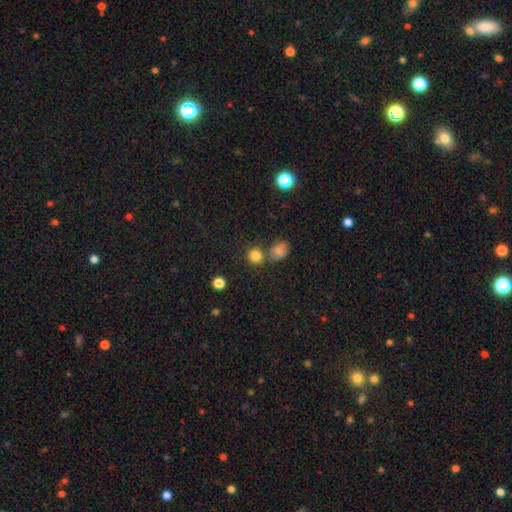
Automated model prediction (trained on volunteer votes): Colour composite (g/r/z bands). It shows a smooth galaxy with no disk features (81%) that is round (88%). Merging: none (67%).